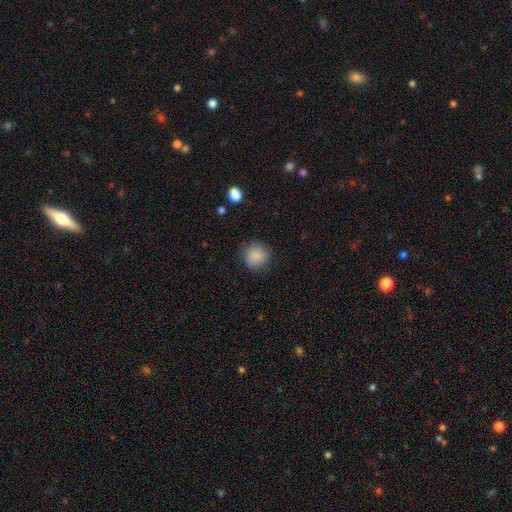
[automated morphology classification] Overall: smooth (87%). How rounded: round (91%). Merging: none (85%).